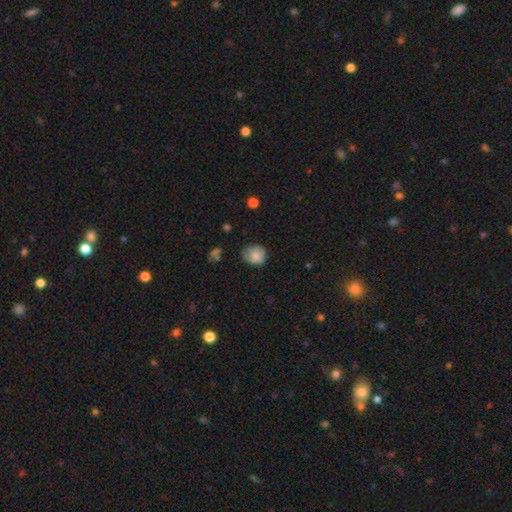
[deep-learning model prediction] This appears to be a smooth galaxy with no disk features (79%) that is round (75%). Merging: none (61%).